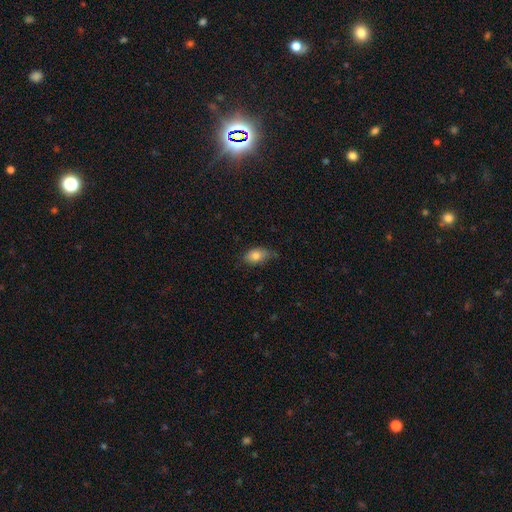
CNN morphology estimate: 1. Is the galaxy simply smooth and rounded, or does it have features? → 81% smooth, 10% featured or disk, 9% star or artifact.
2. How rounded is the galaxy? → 87% in between, 10% round, 3% cigar-shaped.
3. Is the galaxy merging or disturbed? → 62% none, 30% minor disturbance, 6% major disturbance, 2% merger.